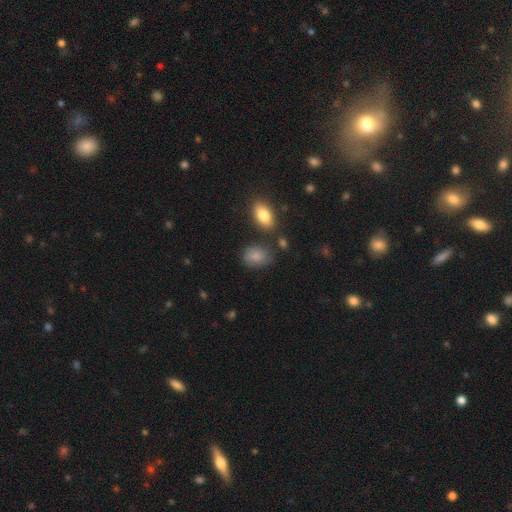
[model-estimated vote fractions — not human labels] smooth-or-featured: smooth: 83% | featured or disk: 9% | star or artifact: 9%
  how-rounded: in between: 71% | round: 27% | cigar-shaped: 2%
  merging: none: 67% | minor disturbance: 22% | major disturbance: 6% | merger: 5%